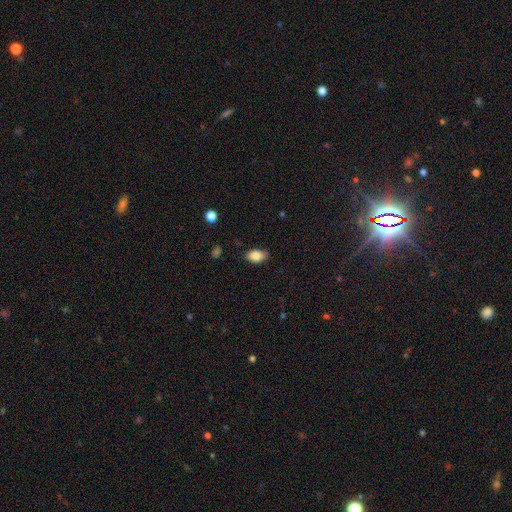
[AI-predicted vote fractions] The model was most divided on "merging": none: 81%, minor disturbance: 15%, major disturbance: 3%, merger: 1%. More confident: how rounded — in between (89%); smooth or featured — smooth (86%).